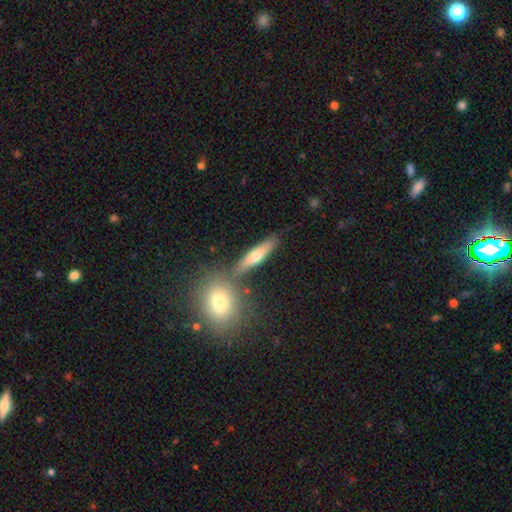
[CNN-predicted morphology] Smooth or featured? Predicted: smooth (p=0.57). How rounded? Predicted: cigar-shaped (p=0.65). Merging? Predicted: none (p=0.72).